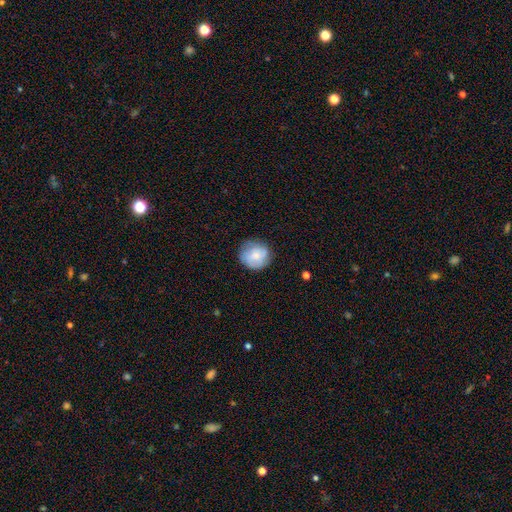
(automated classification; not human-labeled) Smooth or featured: smooth — 78% (featured or disk — 15%)
How rounded: round — 89% (in between — 10%)
Merging: none — 77% (minor disturbance — 18%)